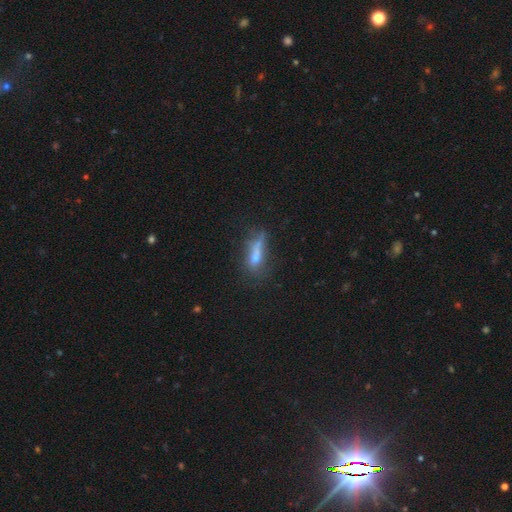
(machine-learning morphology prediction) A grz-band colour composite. It shows a smooth galaxy with no disk features (49%). Merging: none (38%).